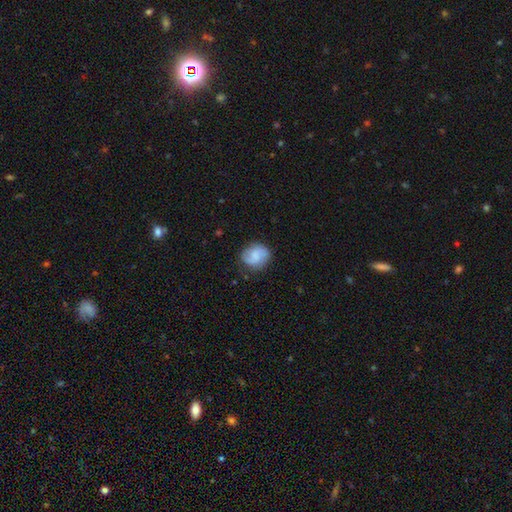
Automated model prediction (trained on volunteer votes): Smooth or featured? smooth (51%)
How rounded? round (73%)
Merging? none (75%)